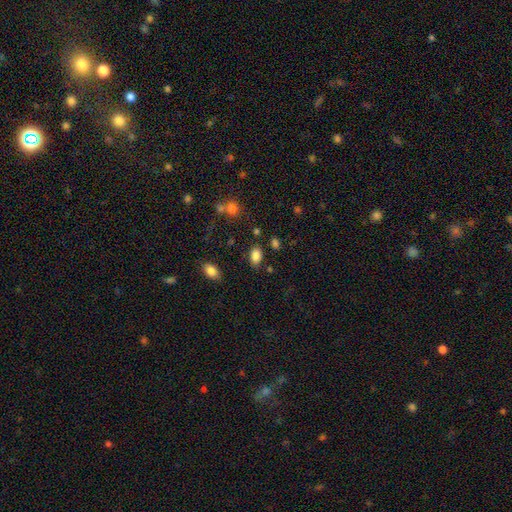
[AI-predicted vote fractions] A smooth galaxy with no disk features (86%) that is in between round and cigar-shaped (89%). Merging: none (81%).